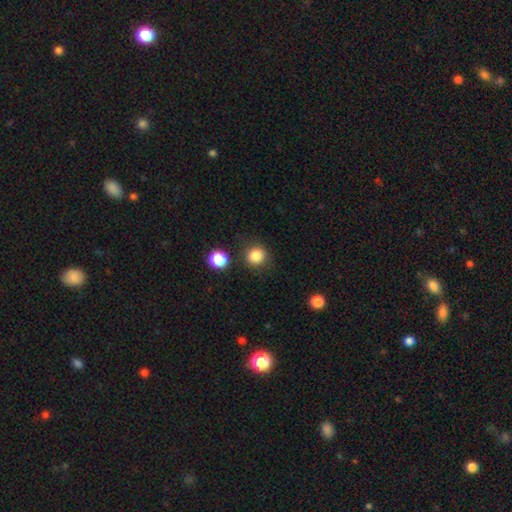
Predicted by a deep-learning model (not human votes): Smooth or featured: smooth — 85% (star or artifact — 11%)
How rounded: round — 89% (in between — 10%)
Merging: none — 83% (minor disturbance — 9%)